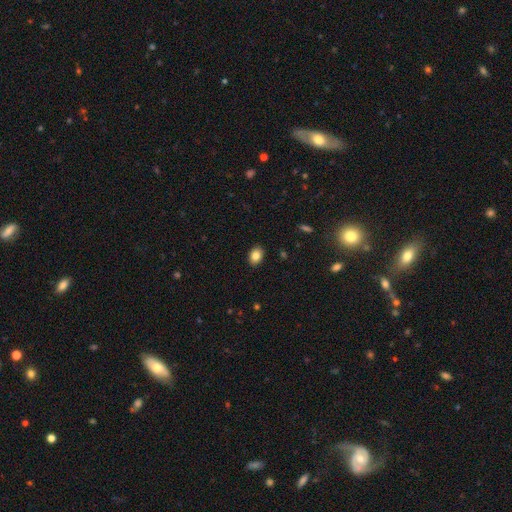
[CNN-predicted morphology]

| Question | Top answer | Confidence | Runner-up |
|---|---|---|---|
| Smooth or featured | smooth | 85% | star or artifact (9%) |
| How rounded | in between | 71% | round (28%) |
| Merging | none | 89% | minor disturbance (8%) |